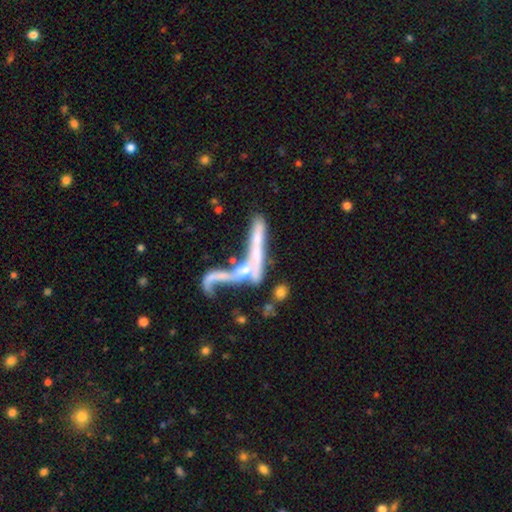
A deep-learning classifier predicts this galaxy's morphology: A featured or disk galaxy (63%). Merging: merger (62%).